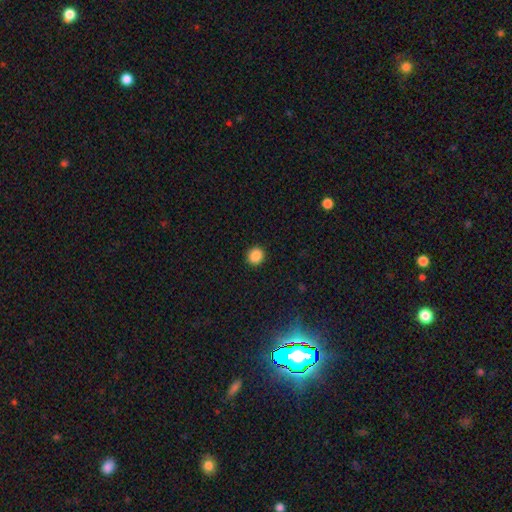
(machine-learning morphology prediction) Smooth or featured: smooth — 87% (star or artifact — 10%)
How rounded: round — 89% (in between — 10%)
Merging: none — 92% (minor disturbance — 5%)